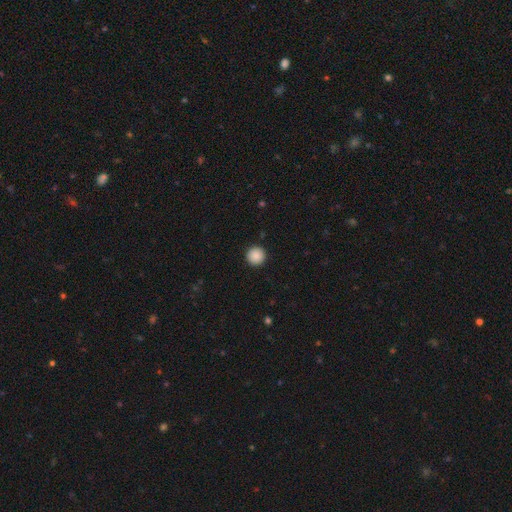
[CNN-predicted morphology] This is clearly a smooth galaxy (88%). How rounded: clearly round (96%). Merging: clearly none (93%).